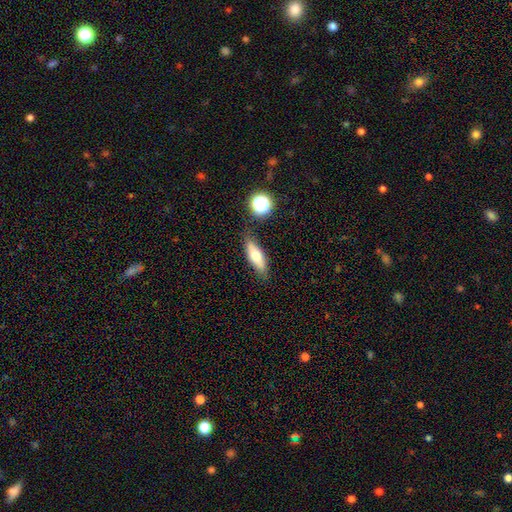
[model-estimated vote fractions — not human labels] The model was most divided on "how rounded": in between: 50%, cigar-shaped: 46%, round: 4%. More confident: merging — none (80%); smooth or featured — smooth (62%).